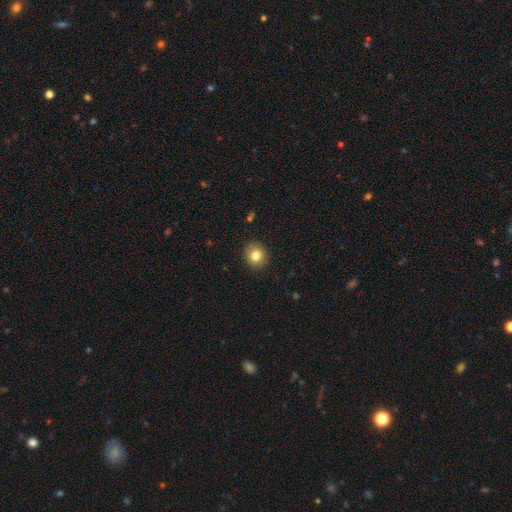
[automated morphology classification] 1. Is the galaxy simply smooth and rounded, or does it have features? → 82% smooth, 10% star or artifact, 8% featured or disk.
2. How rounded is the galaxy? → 74% round, 25% in between, 1% cigar-shaped.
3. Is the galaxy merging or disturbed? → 89% none, 8% minor disturbance, 2% major disturbance, 1% merger.